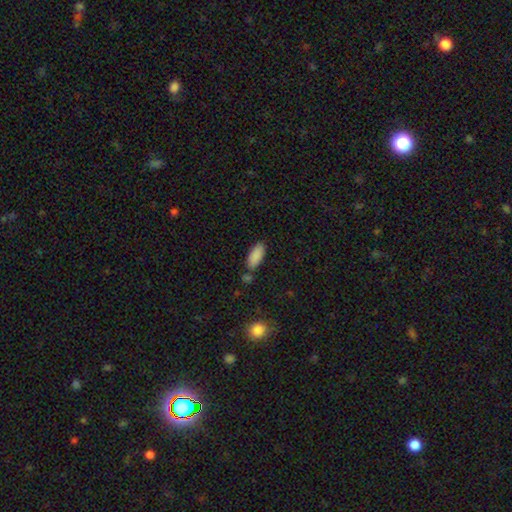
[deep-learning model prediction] smooth 88%, star or artifact 7%, featured or disk 5%. Down the decision tree: how rounded — in between (83%); merging — none (73%).